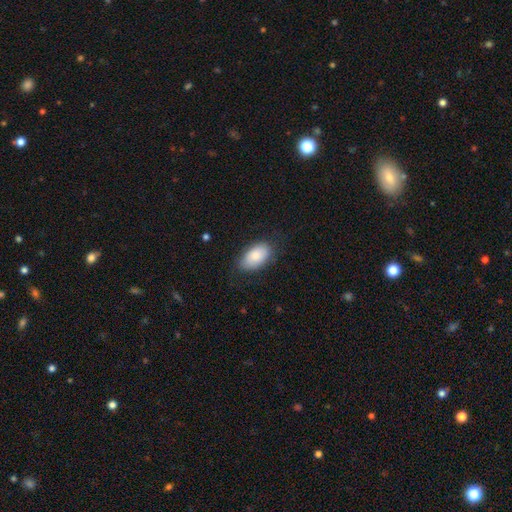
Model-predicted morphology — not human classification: smooth_or_featured: smooth (p=0.85) [alt: featured or disk p=0.09]
how_rounded: in between (p=0.94) [alt: round p=0.04]
merging: none (p=0.78) [alt: minor disturbance p=0.17]